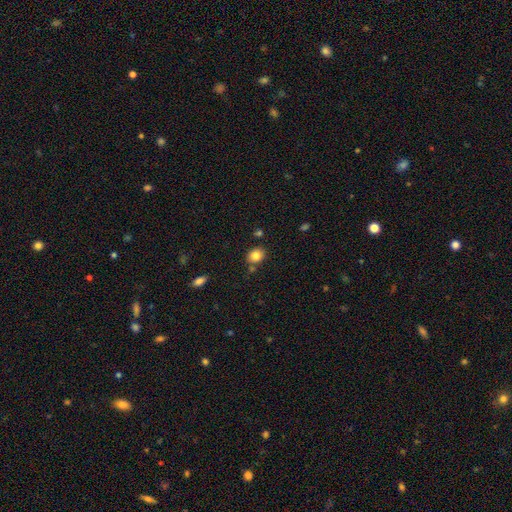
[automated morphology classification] type=smooth (83%); roundness=round (58%); merging=none (77%).